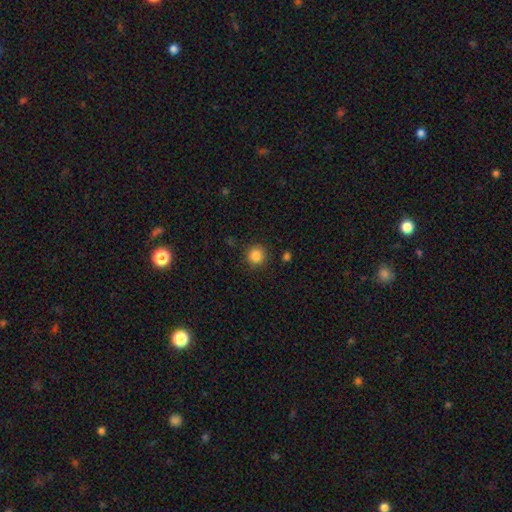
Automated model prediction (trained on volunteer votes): Morphology: type=smooth (85%); roundness=round (94%); merging=none (89%).